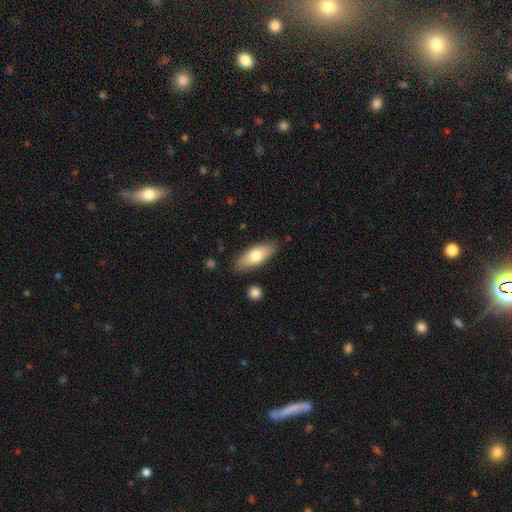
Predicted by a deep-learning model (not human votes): smooth_or_featured: smooth (p=0.72) [alt: featured or disk p=0.22]
how_rounded: in between (p=0.73) [alt: cigar-shaped p=0.24]
merging: none (p=0.83) [alt: minor disturbance p=0.12]